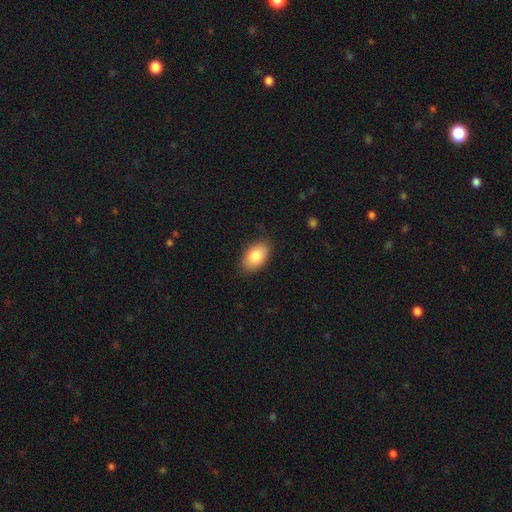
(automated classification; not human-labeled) Smooth or featured? Predicted: smooth (p=0.83). How rounded? Predicted: in between (p=0.91). Merging? Predicted: none (p=0.84).